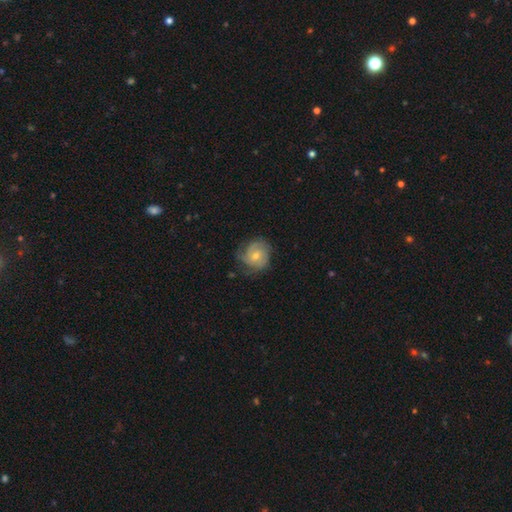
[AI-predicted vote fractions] Smooth or featured? featured or disk (64%)
Edge-on disk? no (98%)
Bar? no (75%)
Spiral arms? yes (90%)
Spiral winding? tight (52%)
Spiral arm count? 3 (31%)
Bulge size? small (54%)
Merging? none (67%)